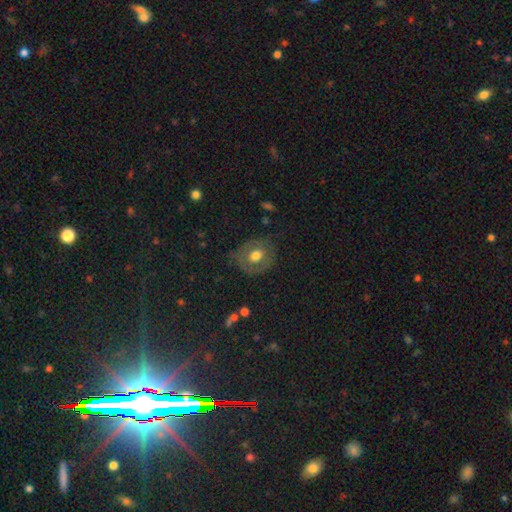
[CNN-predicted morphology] type=smooth (50%); merging=none (72%).